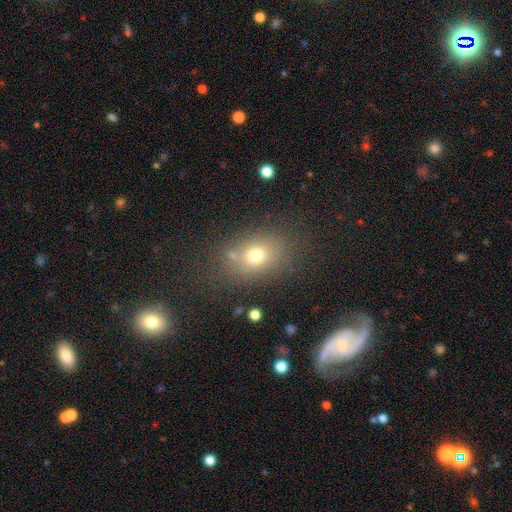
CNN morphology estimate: A smooth galaxy with no disk features (71%) that is in between round and cigar-shaped (64%). Merging: none (73%).